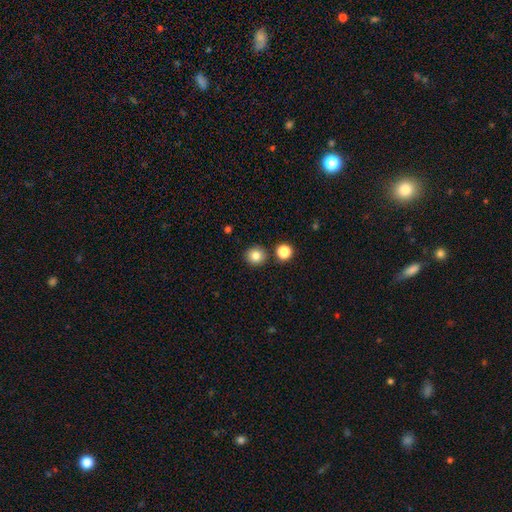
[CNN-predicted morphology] Smooth or featured: smooth — 84% (star or artifact — 11%)
How rounded: round — 91% (in between — 8%)
Merging: none — 85% (minor disturbance — 7%)